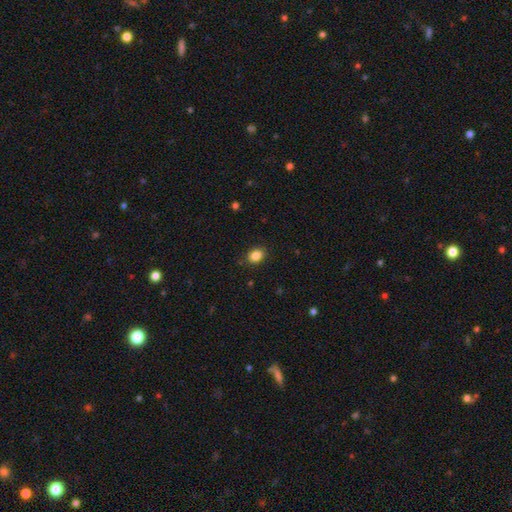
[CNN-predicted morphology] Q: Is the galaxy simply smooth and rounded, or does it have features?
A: smooth — 85%.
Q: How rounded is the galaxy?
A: in between — 60%.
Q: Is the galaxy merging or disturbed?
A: none — 87%.